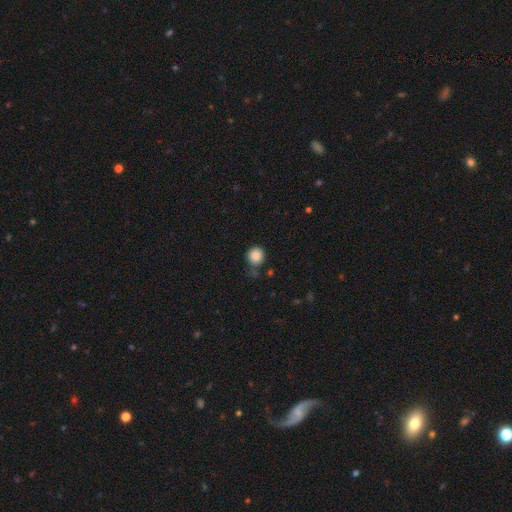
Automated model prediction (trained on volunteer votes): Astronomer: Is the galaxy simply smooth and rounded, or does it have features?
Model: smooth — 87%.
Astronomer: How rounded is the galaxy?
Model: round — 91%.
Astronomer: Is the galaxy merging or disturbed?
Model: none — 70%.